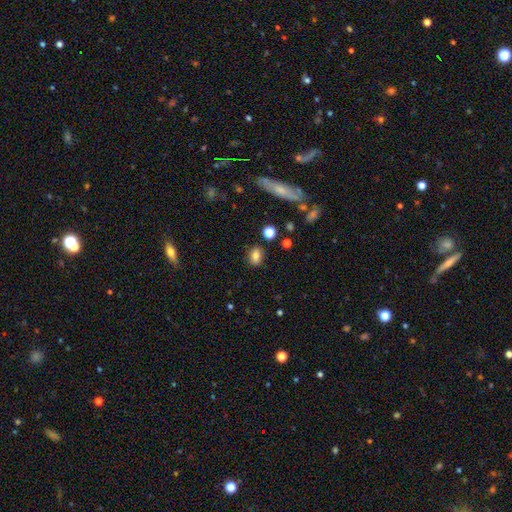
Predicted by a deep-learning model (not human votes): Morphology: type=smooth (81%); roundness=in between (72%); merging=none (82%).